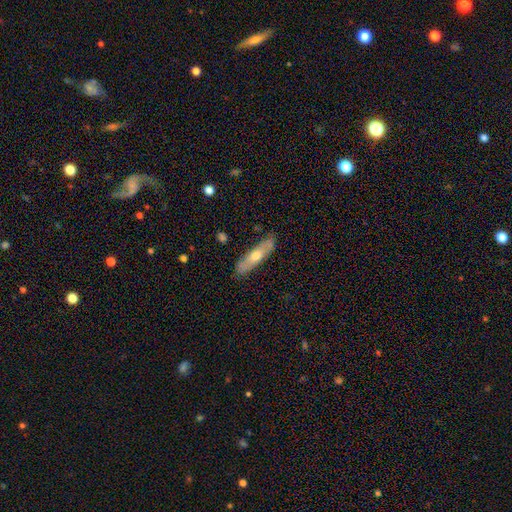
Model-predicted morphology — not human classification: Q: Smooth or featured?
A: smooth (49%); runner-up: featured or disk (45%)
Q: Merging?
A: none (83%); runner-up: minor disturbance (13%)